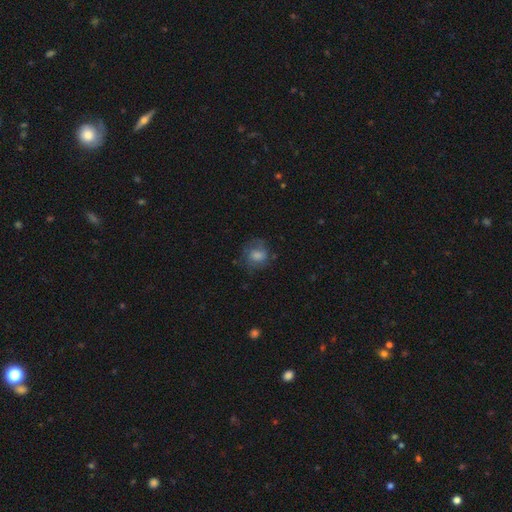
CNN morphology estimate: The model was most divided on "smooth or featured": smooth: 58%, featured or disk: 26%, star or artifact: 16%. More confident: how rounded — round (71%); merging — none (68%).